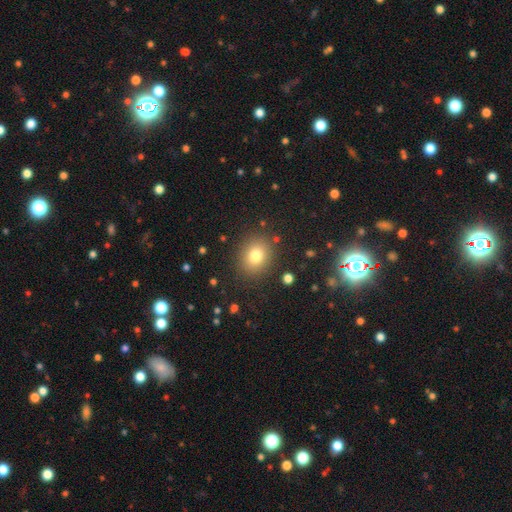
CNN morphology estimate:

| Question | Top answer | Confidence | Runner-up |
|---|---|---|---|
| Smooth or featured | smooth | 78% | star or artifact (13%) |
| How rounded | round | 66% | in between (33%) |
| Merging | none | 86% | minor disturbance (8%) |